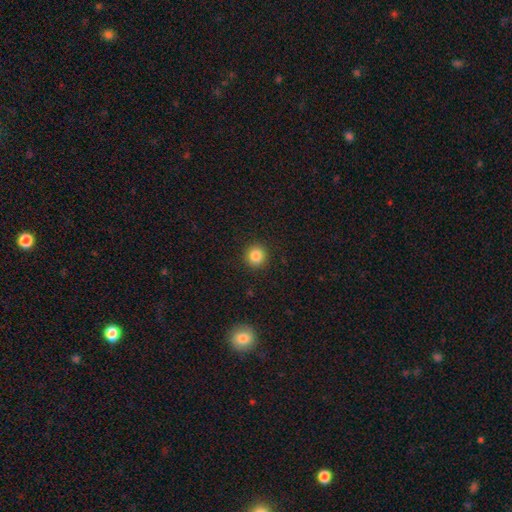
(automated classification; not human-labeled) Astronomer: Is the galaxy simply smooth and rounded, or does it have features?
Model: smooth — 85%.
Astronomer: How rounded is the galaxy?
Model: round — 93%.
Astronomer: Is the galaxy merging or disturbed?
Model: none — 92%.